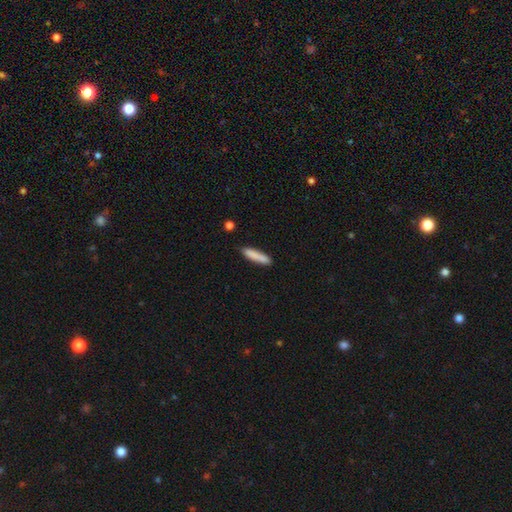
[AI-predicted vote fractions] smooth-or-featured: smooth: 84% | featured or disk: 9% | star or artifact: 6%
  how-rounded: cigar-shaped: 86% | in between: 13% | round: 1%
  merging: none: 84% | minor disturbance: 12% | merger: 2% | major disturbance: 2%